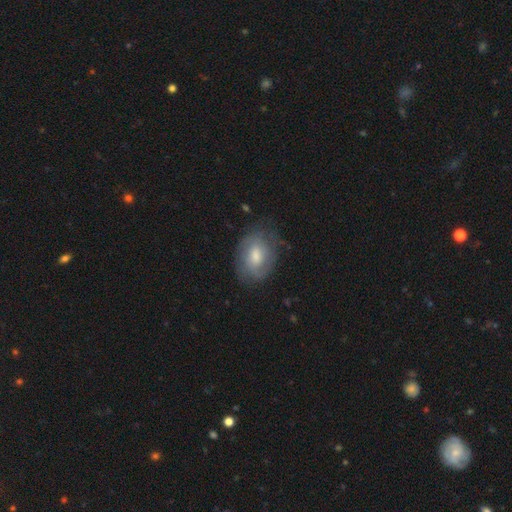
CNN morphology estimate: type=smooth (53%); roundness=in between (75%); merging=none (69%).